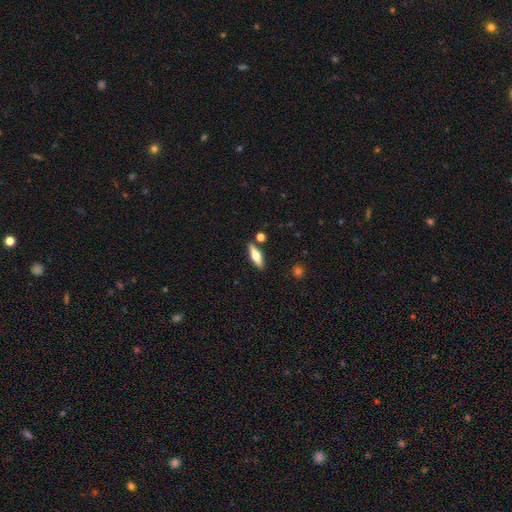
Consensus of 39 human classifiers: Smooth or featured: featured or disk — 62% (smooth — 36%)
Edge-on disk: yes — 100%
Edge-on bulge: rounded — 88% (boxy — 8%)
Merging: none — 82% (minor disturbance — 13%)